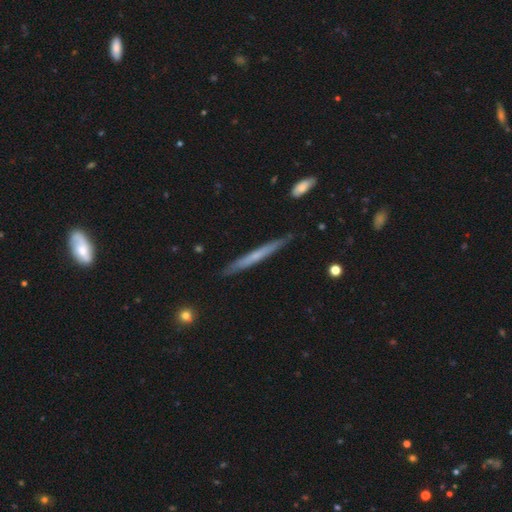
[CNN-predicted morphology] Overall: featured or disk (49%; smooth 45%). Merging: none (87%).